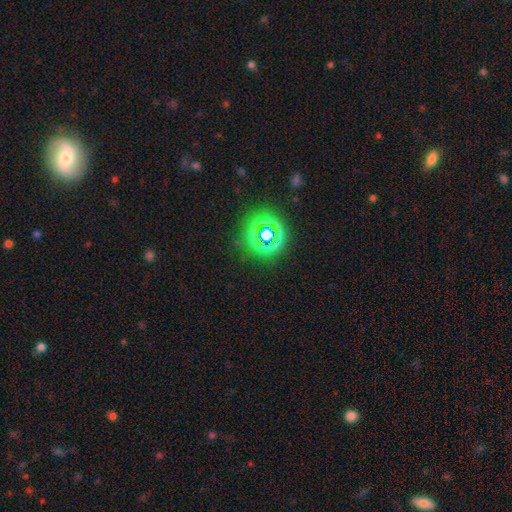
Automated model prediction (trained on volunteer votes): The model was most divided on "smooth or featured": star or artifact: 51%, smooth: 39%, featured or disk: 10%.